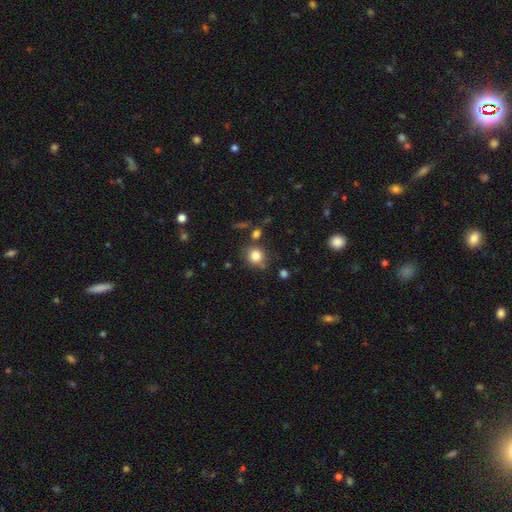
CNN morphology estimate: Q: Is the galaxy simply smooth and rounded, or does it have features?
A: smooth — 82%.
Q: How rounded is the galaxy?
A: round — 82%.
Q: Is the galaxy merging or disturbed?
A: none — 74%.